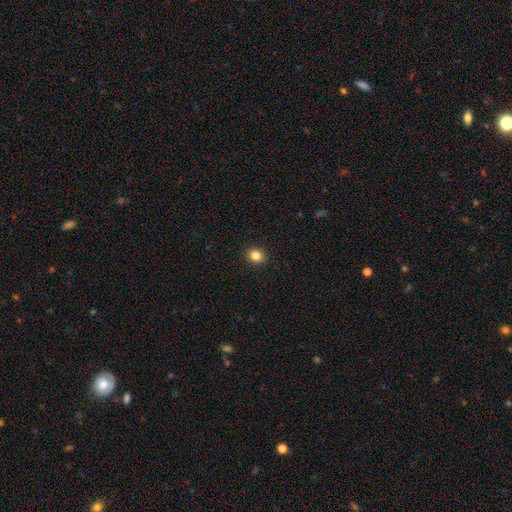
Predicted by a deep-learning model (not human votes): Smooth or featured: smooth — 85% (star or artifact — 11%)
How rounded: round — 76% (in between — 23%)
Merging: none — 92% (minor disturbance — 5%)